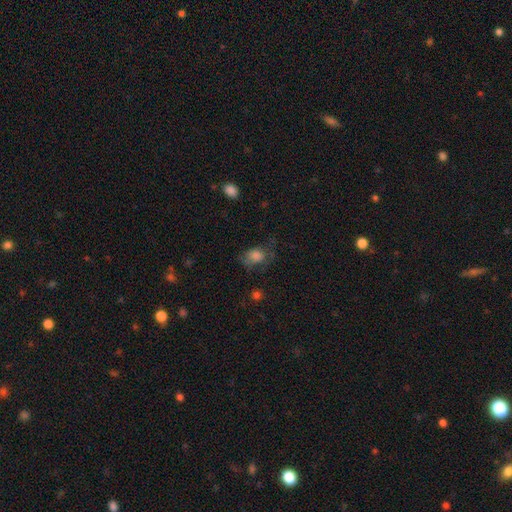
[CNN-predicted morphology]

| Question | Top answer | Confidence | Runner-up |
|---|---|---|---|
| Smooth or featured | smooth | 71% | featured or disk (16%) |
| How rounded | in between | 59% | round (40%) |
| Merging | none | 47% | minor disturbance (26%) |